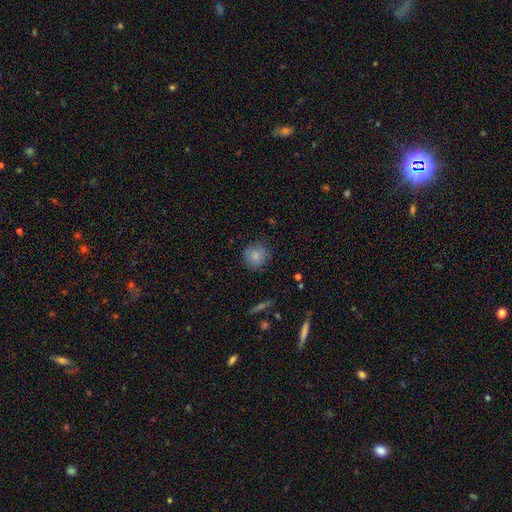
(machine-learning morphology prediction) smooth 83%, star or artifact 9%, featured or disk 8%. Down the decision tree: how rounded — round (91%); merging — none (83%).